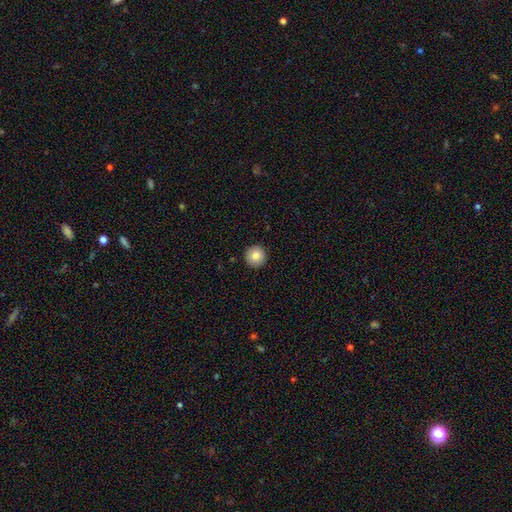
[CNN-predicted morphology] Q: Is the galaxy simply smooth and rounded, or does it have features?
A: smooth — 84%.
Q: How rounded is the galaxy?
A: round — 96%.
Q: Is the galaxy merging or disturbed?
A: none — 93%.